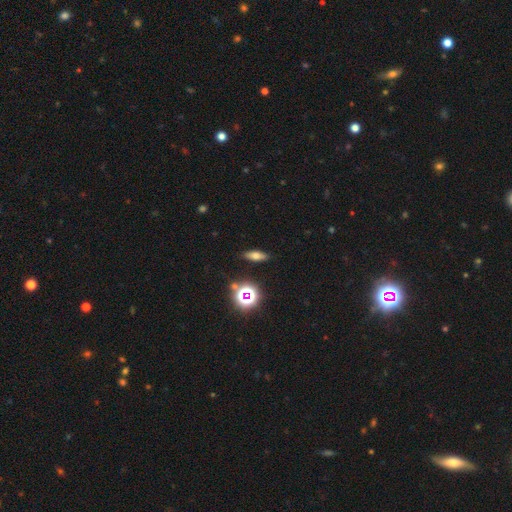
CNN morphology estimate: Smooth or featured? smooth (61%)
How rounded? in between (54%)
Merging? none (88%)